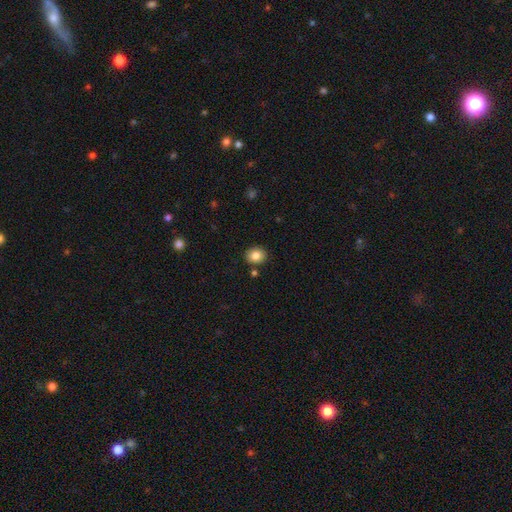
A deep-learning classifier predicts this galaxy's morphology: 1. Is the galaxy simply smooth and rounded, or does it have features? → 85% smooth, 9% star or artifact, 6% featured or disk.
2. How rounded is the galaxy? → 63% round, 36% in between, 1% cigar-shaped.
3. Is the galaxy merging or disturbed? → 86% none, 8% minor disturbance, 4% merger, 2% major disturbance.